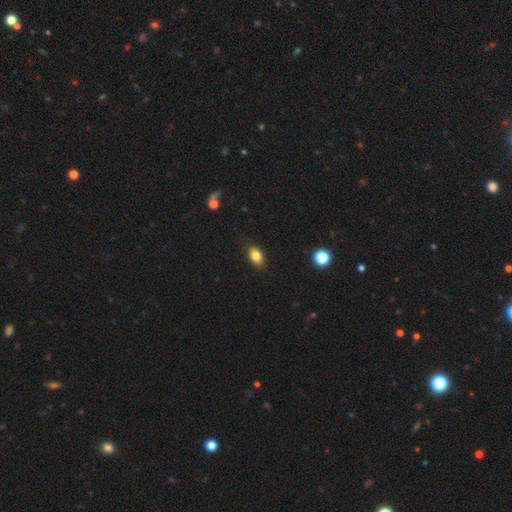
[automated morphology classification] The model was most divided on "how rounded": in between: 84%, round: 15%, cigar-shaped: 2%. More confident: merging — none (87%); smooth or featured — smooth (83%).